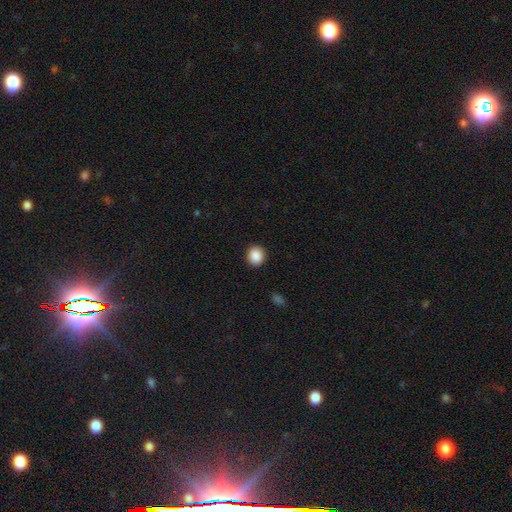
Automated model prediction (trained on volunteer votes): This appears to be a smooth galaxy with no disk features (89%) that is round (70%). Merging: none (90%).